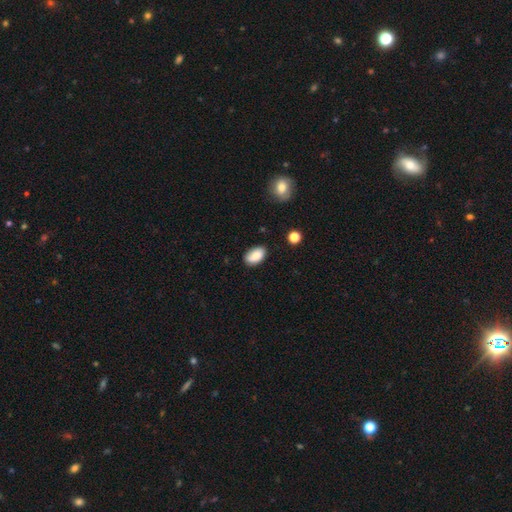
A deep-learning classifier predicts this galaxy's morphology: Overall: smooth (86%). How rounded: in between (93%). Merging: none (79%).